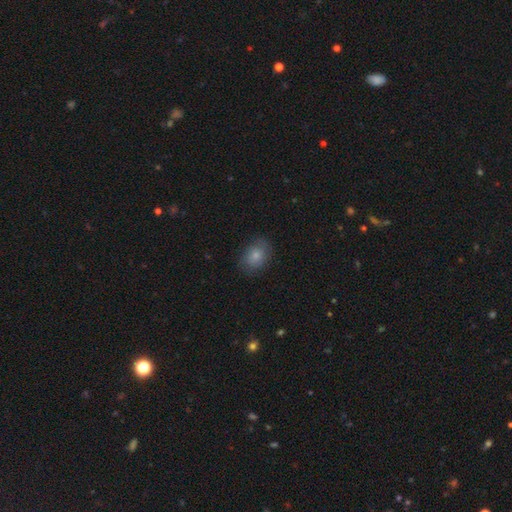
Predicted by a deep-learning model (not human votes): smooth 79%, featured or disk 13%, star or artifact 8%. Down the decision tree: how rounded — in between (64%); merging — none (78%).